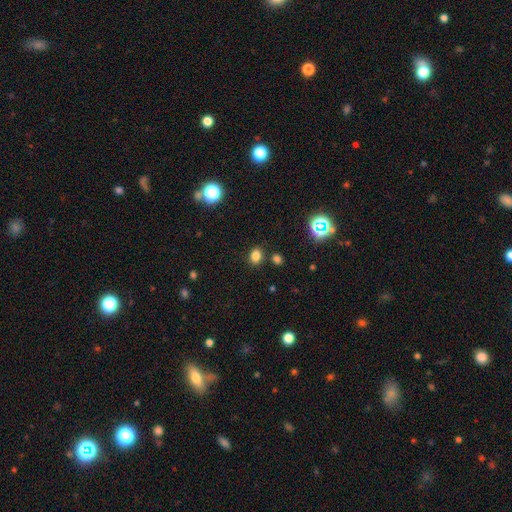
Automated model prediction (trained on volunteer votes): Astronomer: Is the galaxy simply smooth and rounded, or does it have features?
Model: smooth — 78%.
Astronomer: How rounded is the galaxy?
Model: in between — 53% (runner-up: round, 46%).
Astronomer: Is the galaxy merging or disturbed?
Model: none — 80%.